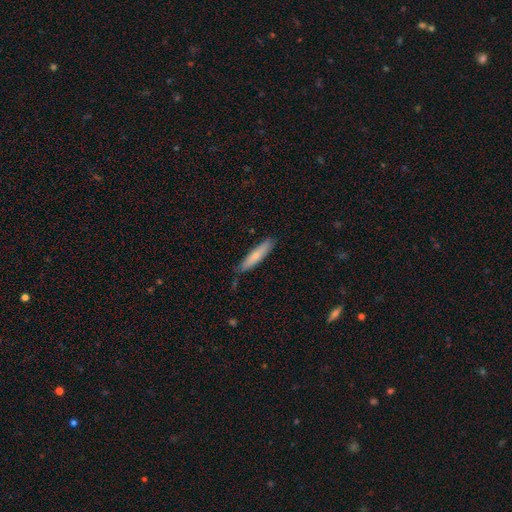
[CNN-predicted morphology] This appears to be a smooth galaxy with no disk features (68%) that is cigar-shaped (84%). Merging: none (80%).